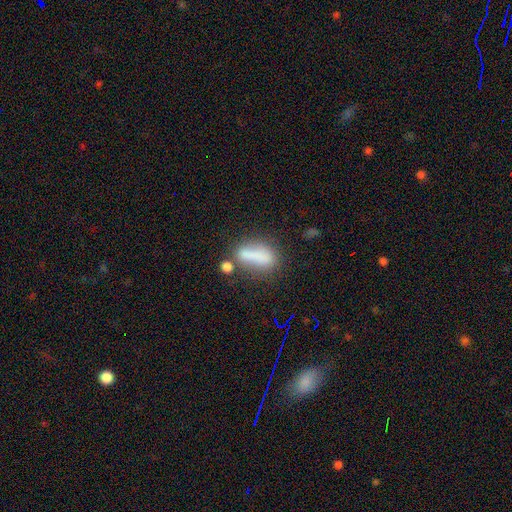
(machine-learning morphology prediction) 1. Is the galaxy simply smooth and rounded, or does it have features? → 70% smooth, 19% featured or disk, 11% star or artifact.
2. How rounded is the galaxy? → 56% in between, 38% cigar-shaped, 6% round.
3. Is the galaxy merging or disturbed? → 42% none, 26% merger, 19% minor disturbance, 13% major disturbance.